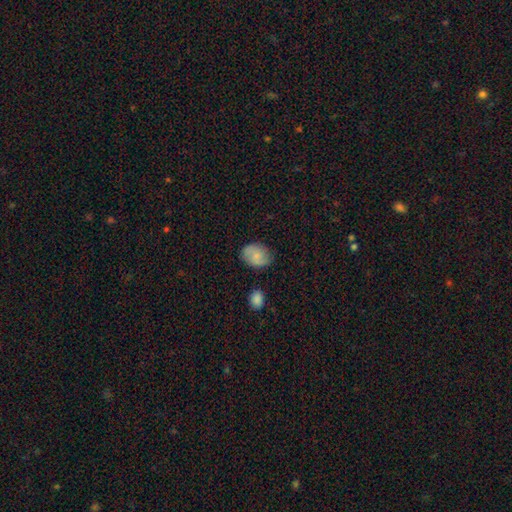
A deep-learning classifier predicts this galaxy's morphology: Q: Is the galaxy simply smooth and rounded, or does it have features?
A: smooth — 75%.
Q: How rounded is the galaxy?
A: in between — 65%.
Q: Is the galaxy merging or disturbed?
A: none — 76%.